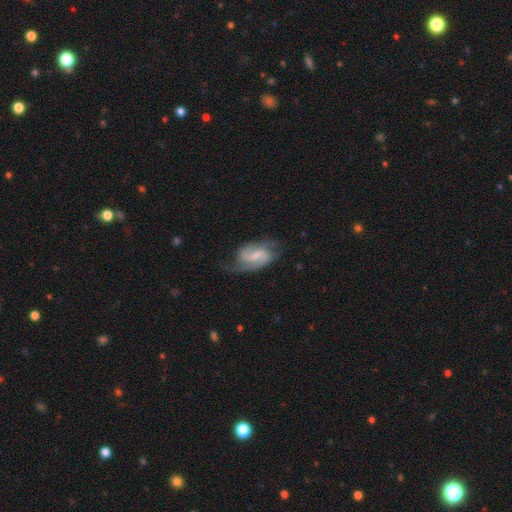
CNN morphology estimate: The model was most divided on "bulge size": small: 51%, moderate: 32%, none: 14%, large: 3%, dominant: 1%. Remaining: edge-on disk — no (97%); spiral arms — yes (95%); spiral arm count — 2 (82%); smooth or featured — featured or disk (82%); merging — none (61%); bar — weak (56%); spiral winding — medium (50%).